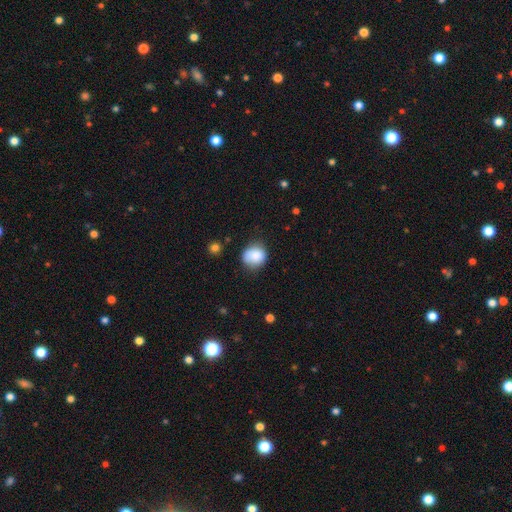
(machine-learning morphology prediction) Smooth or featured?
  - smooth: 85% *
  - star or artifact: 8%
  - featured or disk: 6%
How rounded?
  - round: 78% *
  - in between: 21%
  - cigar-shaped: 1%
Merging?
  - none: 70% *
  - minor disturbance: 22%
  - major disturbance: 5%
  - merger: 2%